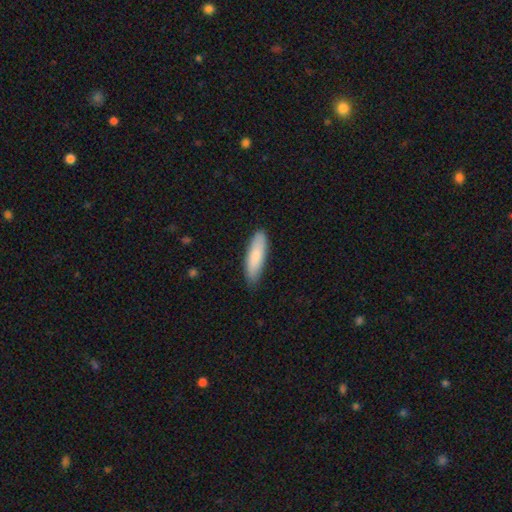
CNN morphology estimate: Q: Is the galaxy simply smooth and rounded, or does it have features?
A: smooth — 82%.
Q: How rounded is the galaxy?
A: cigar-shaped — 57%.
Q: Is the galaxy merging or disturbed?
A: none — 85%.